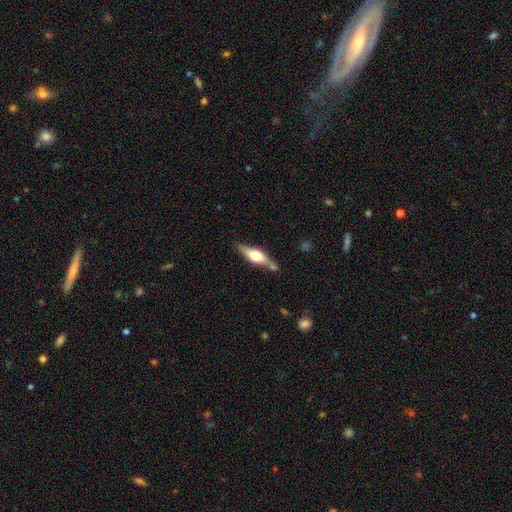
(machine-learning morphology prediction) type=featured or disk (59%); edge-on=yes (88%); edge-on bulge=rounded (91%); merging=none (68%).